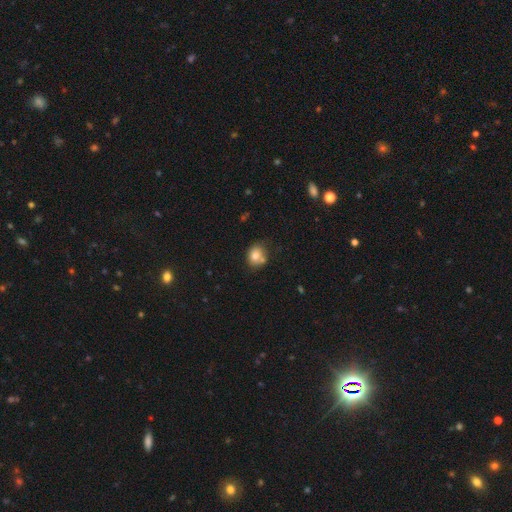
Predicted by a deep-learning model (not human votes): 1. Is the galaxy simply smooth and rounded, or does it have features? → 77% smooth, 13% featured or disk, 10% star or artifact.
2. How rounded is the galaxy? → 63% round, 36% in between, 1% cigar-shaped.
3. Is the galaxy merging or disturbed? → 57% none, 20% merger, 19% minor disturbance, 5% major disturbance.